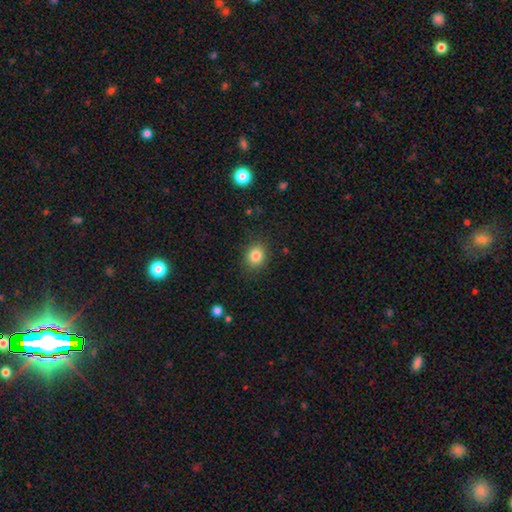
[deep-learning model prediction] This appears to be a smooth galaxy with no disk features (84%) that is round (70%). Merging: none (88%).